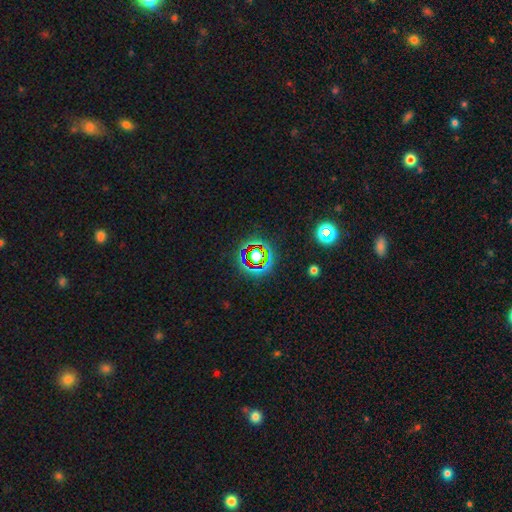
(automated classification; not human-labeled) star or artifact 69%, smooth 19%, featured or disk 12%.